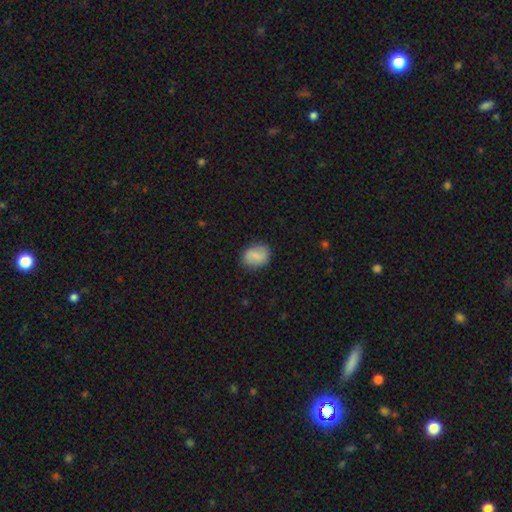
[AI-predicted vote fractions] Smooth or featured?
  - smooth: 75% *
  - featured or disk: 17%
  - star or artifact: 7%
How rounded?
  - in between: 56% *
  - round: 43%
  - cigar-shaped: 1%
Merging?
  - none: 84% *
  - minor disturbance: 12%
  - major disturbance: 3%
  - merger: 1%